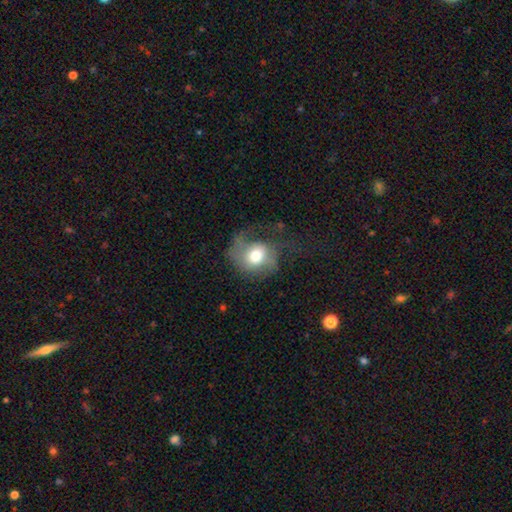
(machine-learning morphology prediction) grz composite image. It shows a smooth galaxy with no disk features (58%) that is round (66%). Merging: major disturbance (38%).